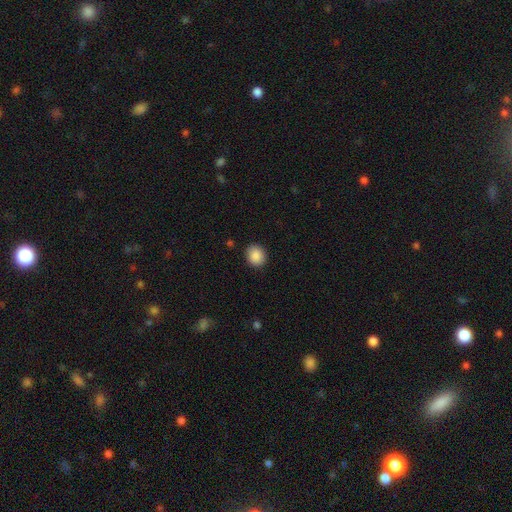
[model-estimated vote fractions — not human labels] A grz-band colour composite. It shows a smooth galaxy with no disk features (89%) that is round (68%). Merging: none (90%).